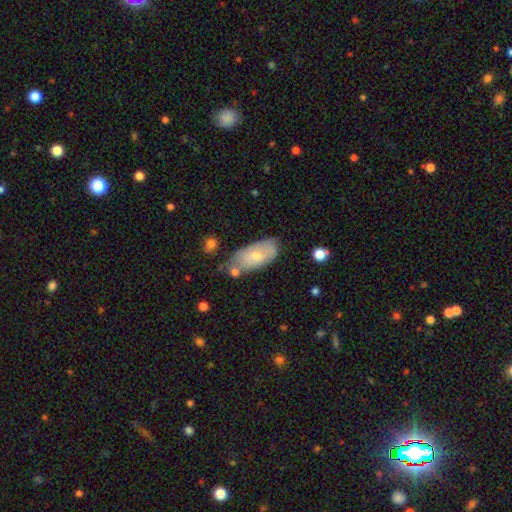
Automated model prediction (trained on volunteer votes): Smooth or featured?
  - smooth: 67% *
  - featured or disk: 26%
  - star or artifact: 6%
How rounded?
  - in between: 90% *
  - cigar-shaped: 7%
  - round: 3%
Merging?
  - none: 57% *
  - minor disturbance: 27%
  - merger: 10%
  - major disturbance: 7%